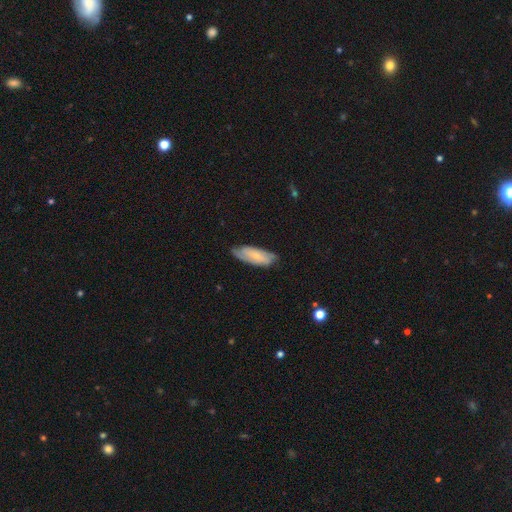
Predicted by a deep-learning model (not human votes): This appears to be a smooth galaxy with no disk features (50%). Merging: none (67%).